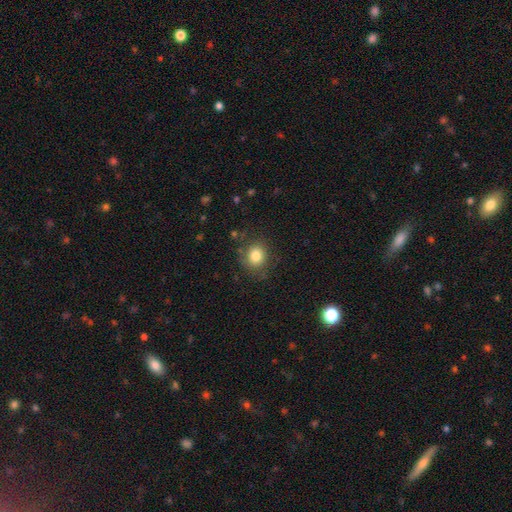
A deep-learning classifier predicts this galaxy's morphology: smooth 81%, star or artifact 11%, featured or disk 8%. Down the decision tree: how rounded — round (76%); merging — none (79%).